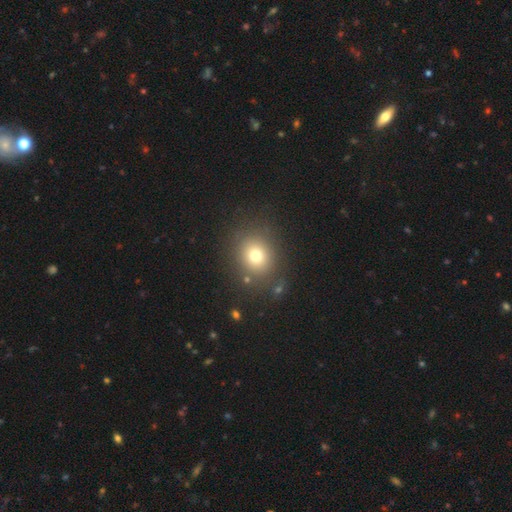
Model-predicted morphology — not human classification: Smooth or featured? smooth (74%)
How rounded? round (75%)
Merging? none (83%)